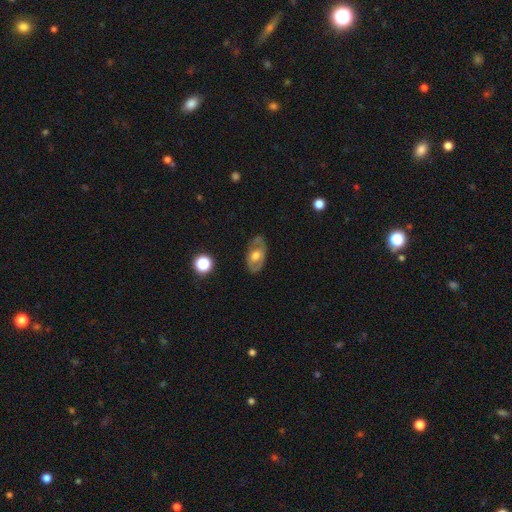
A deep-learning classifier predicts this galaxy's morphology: smooth-or-featured: featured or disk: 54% | smooth: 39% | star or artifact: 7%
  disk-edge-on: no: 89% | yes: 11%
  merging: none: 72% | minor disturbance: 19% | major disturbance: 6% | merger: 2%